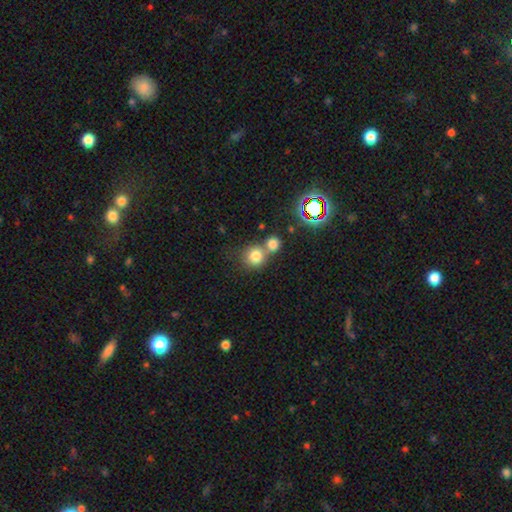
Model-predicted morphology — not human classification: Smooth or featured? smooth (78%)
How rounded? round (87%)
Merging? none (47%)